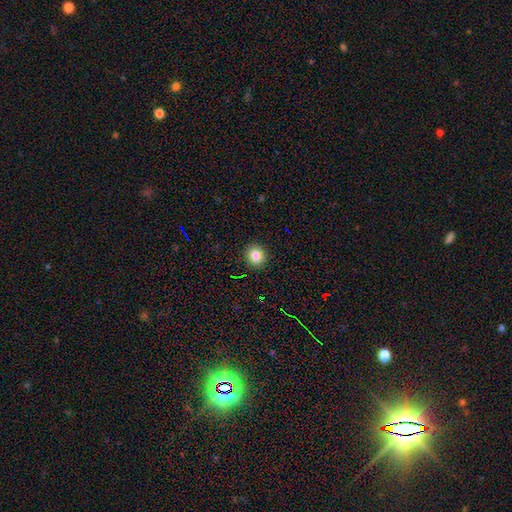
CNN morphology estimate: The model was most divided on "smooth or featured": smooth: 83%, star or artifact: 11%, featured or disk: 6%. More confident: merging — none (92%); how rounded — round (88%).